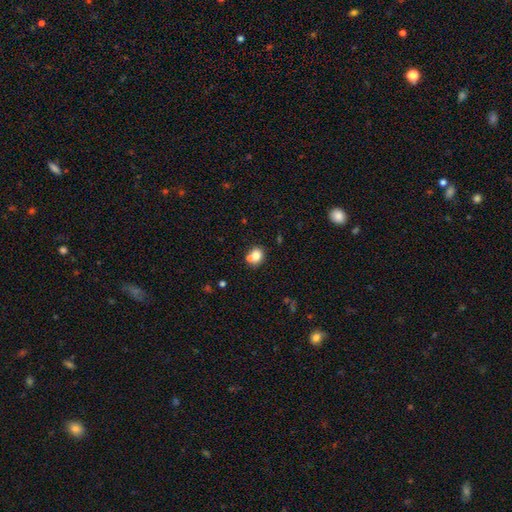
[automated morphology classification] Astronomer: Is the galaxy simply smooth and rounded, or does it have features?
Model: smooth — 76%.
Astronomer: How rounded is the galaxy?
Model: round — 70%.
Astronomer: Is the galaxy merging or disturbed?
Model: none — 52% (runner-up: merger, 34%).